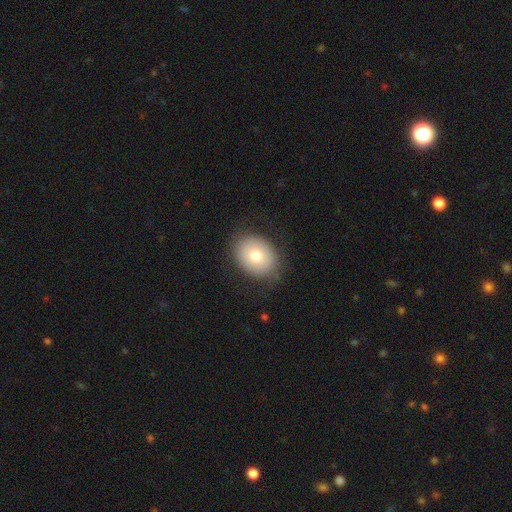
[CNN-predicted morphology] This is likely a smooth galaxy (76%). How rounded: possibly in between (56%). Merging: clearly none (81%).